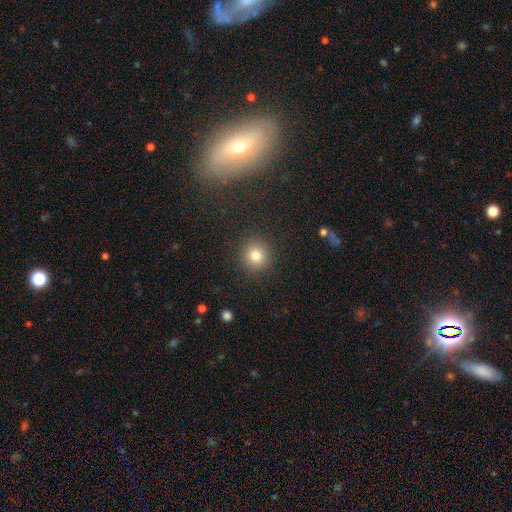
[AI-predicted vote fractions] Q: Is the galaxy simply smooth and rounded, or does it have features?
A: smooth — 80%.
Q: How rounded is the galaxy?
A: round — 93%.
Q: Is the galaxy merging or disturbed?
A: none — 90%.